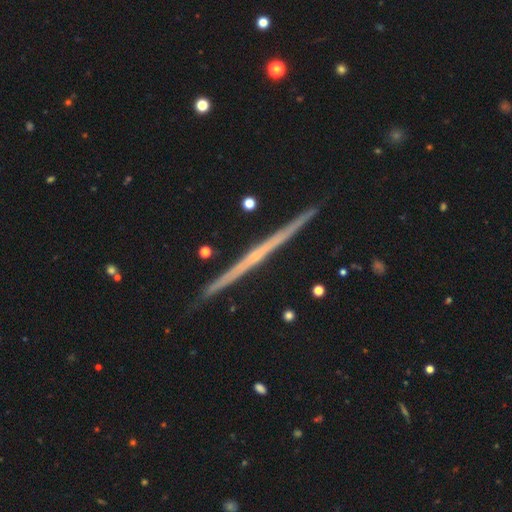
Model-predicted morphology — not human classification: The model was most divided on "edge-on bulge": none: 68%, rounded: 27%, boxy: 5%. More confident: edge-on disk — yes (99%); merging — none (92%); smooth or featured — featured or disk (80%).